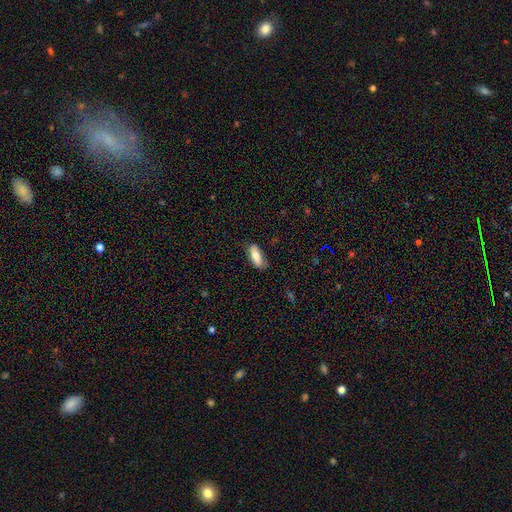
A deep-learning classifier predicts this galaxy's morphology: Q: Smooth or featured?
A: smooth (76%); runner-up: featured or disk (18%)
Q: How rounded?
A: in between (78%); runner-up: cigar-shaped (20%)
Q: Merging?
A: none (77%); runner-up: minor disturbance (18%)